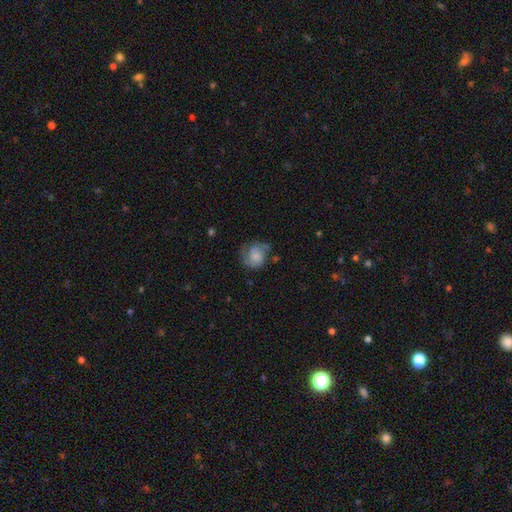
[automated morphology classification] Overall: featured or disk (47%; smooth 45%). Merging: none (55%; minor disturbance 26%).